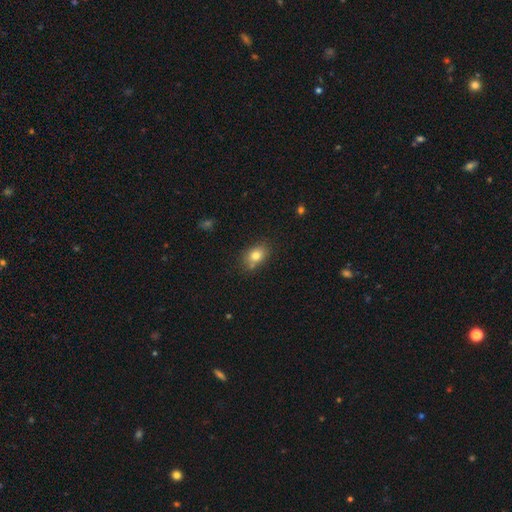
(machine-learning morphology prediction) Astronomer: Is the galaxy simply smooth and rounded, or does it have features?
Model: smooth — 80%.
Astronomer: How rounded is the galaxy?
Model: in between — 75%.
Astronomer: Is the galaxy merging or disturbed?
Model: none — 74%.